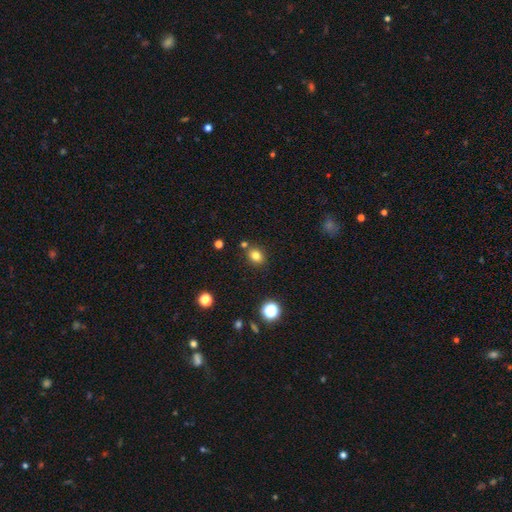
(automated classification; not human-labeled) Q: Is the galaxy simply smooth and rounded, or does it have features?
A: smooth — 79%.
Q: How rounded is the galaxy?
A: round — 55%.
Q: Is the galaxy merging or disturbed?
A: none — 80%.